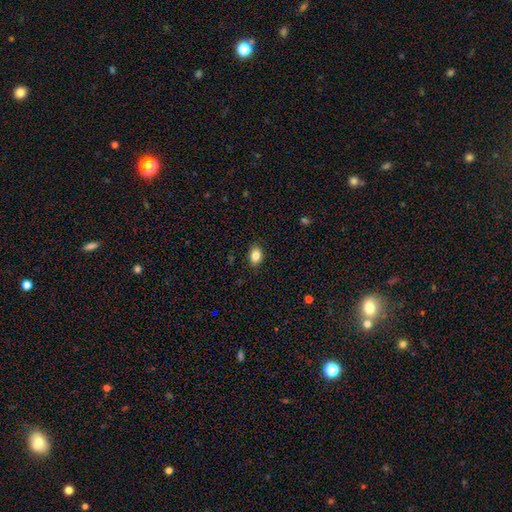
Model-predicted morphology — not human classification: This appears to be a smooth galaxy with no disk features (84%) that is in between round and cigar-shaped (75%). Merging: none (87%).